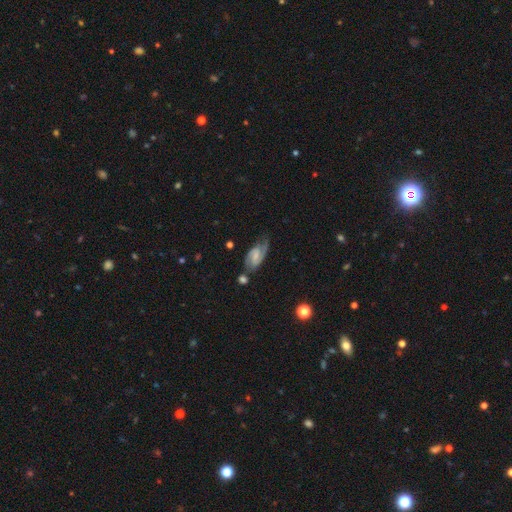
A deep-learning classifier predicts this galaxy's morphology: featured or disk 79%, smooth 14%, star or artifact 7%. Down the decision tree: edge-on disk — no (96%); bar — weak (52%); spiral arms — yes (96%); spiral arm count — 2 (87%); spiral winding — medium (51%); bulge size — small (47%); merging — none (66%).